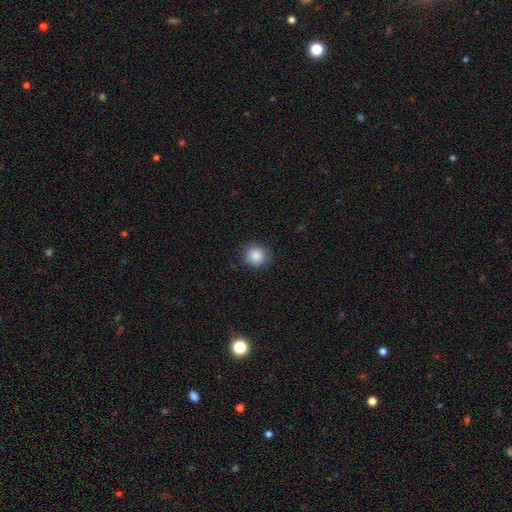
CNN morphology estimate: smooth-or-featured: smooth: 87% | star or artifact: 9% | featured or disk: 4%
  how-rounded: round: 87% | in between: 12% | cigar-shaped: 1%
  merging: none: 86% | minor disturbance: 10% | major disturbance: 3% | merger: 1%